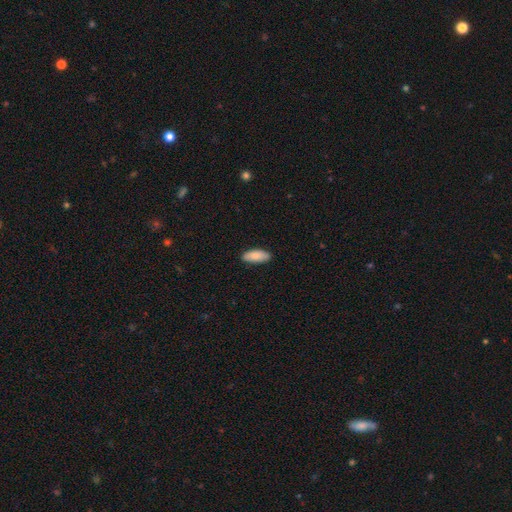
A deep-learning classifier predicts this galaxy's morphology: A smooth galaxy with no disk features (87%) that is in between round and cigar-shaped (80%). Merging: none (87%).